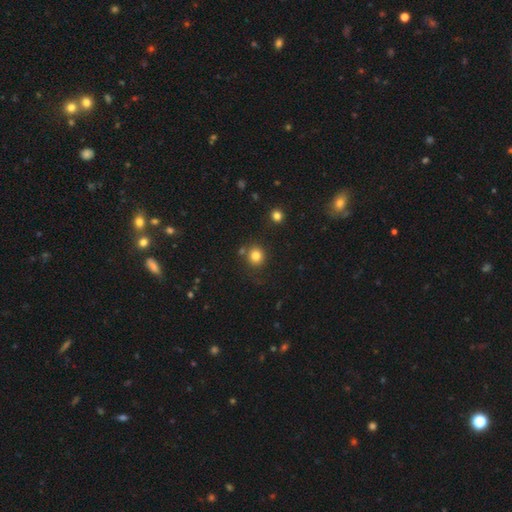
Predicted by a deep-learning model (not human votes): smooth 81%, star or artifact 12%, featured or disk 6%. Down the decision tree: how rounded — round (88%); merging — none (78%).